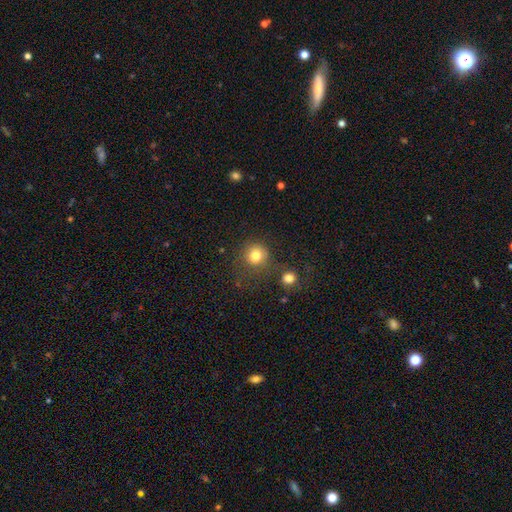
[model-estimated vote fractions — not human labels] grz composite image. It shows a smooth galaxy with no disk features (80%) that is round (91%). Merging: none (72%).